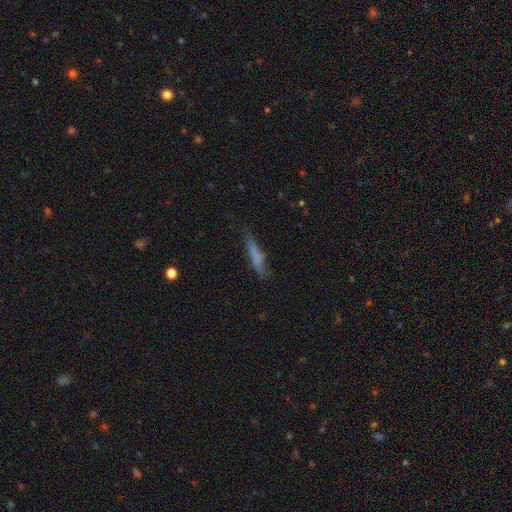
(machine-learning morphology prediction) smooth 66%, featured or disk 26%, star or artifact 8%. Down the decision tree: how rounded — cigar-shaped (91%); merging — none (73%).